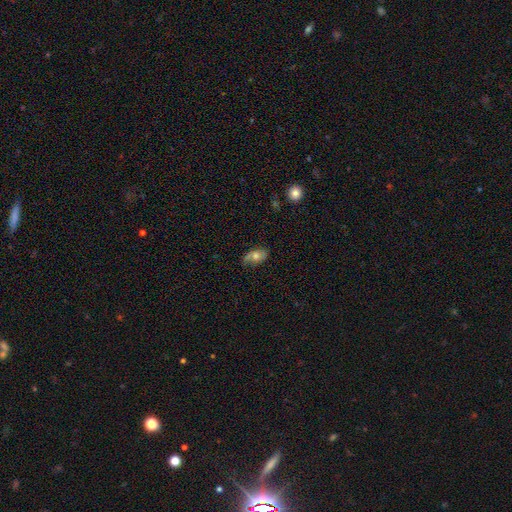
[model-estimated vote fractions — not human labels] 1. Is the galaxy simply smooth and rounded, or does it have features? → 50% smooth, 41% featured or disk, 9% star or artifact.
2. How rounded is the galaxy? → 88% in between, 8% round, 4% cigar-shaped.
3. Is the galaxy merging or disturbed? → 68% none, 24% minor disturbance, 7% major disturbance, 2% merger.